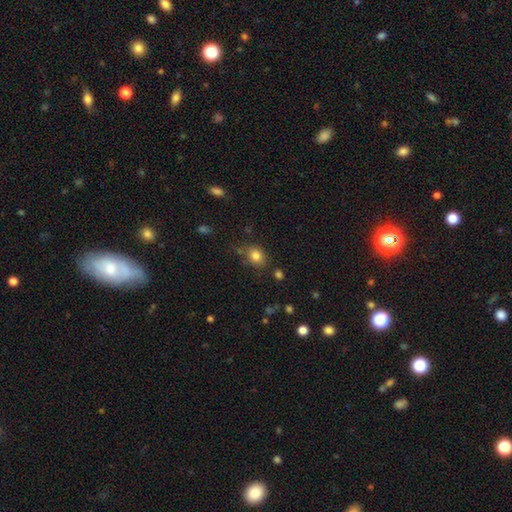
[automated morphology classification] Smooth or featured? Predicted: smooth (p=0.82). How rounded? Predicted: round (p=0.59). Merging? Predicted: none (p=0.72).